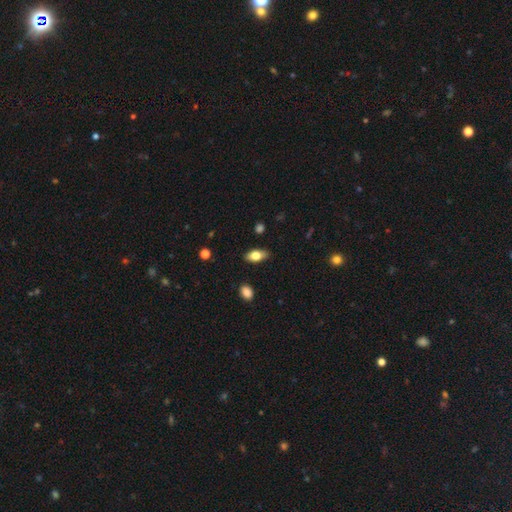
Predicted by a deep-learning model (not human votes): smooth-or-featured: smooth: 74% | featured or disk: 19% | star or artifact: 7%
  how-rounded: in between: 88% | cigar-shaped: 8% | round: 5%
  merging: none: 85% | minor disturbance: 11% | major disturbance: 2% | merger: 1%